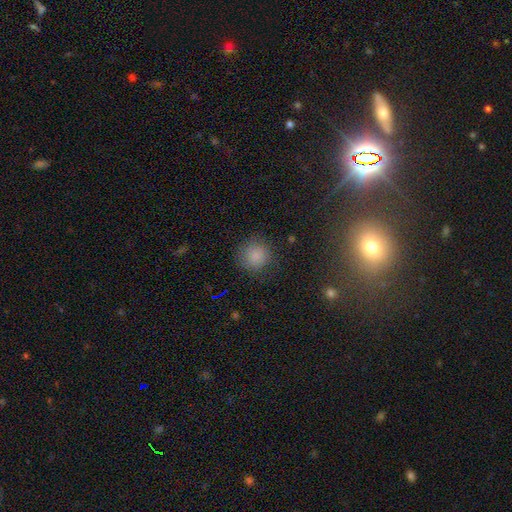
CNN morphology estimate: Q: Smooth or featured?
A: smooth (83%); runner-up: star or artifact (12%)
Q: How rounded?
A: round (92%); runner-up: in between (7%)
Q: Merging?
A: none (83%); runner-up: minor disturbance (11%)